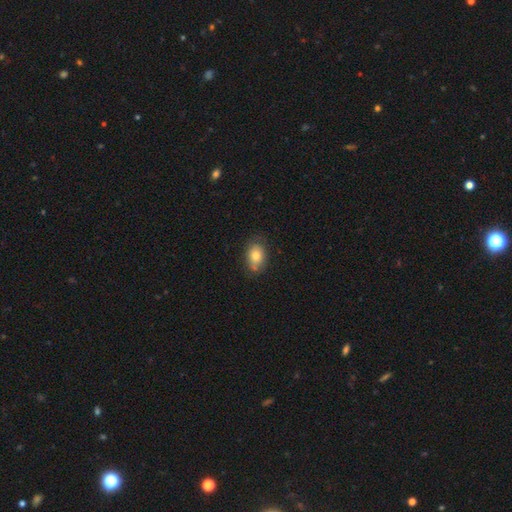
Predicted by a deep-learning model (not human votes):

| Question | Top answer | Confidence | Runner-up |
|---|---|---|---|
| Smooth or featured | smooth | 77% | featured or disk (15%) |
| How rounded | in between | 80% | round (19%) |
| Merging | none | 70% | minor disturbance (22%) |